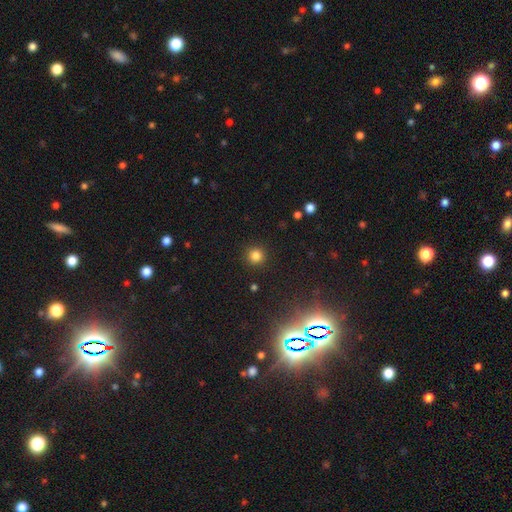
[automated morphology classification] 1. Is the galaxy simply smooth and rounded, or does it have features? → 81% smooth, 15% star or artifact, 4% featured or disk.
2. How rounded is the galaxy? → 95% round, 4% in between, 1% cigar-shaped.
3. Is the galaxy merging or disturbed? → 92% none, 5% minor disturbance, 2% major disturbance, 1% merger.